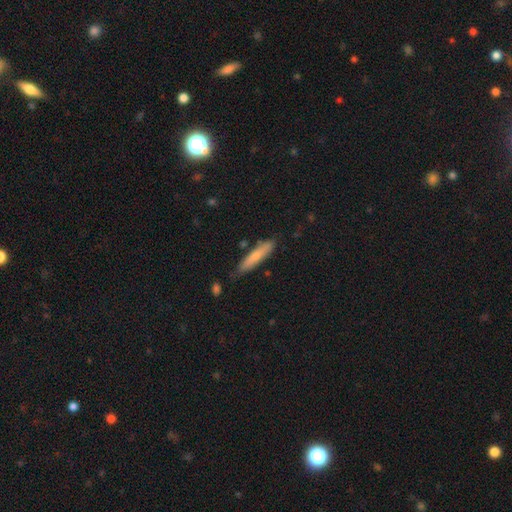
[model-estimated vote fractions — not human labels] A smooth galaxy with no disk features (74%) that is cigar-shaped (87%).

Vote fractions:
- Smooth or featured? smooth: 74% / featured or disk: 20% / star or artifact: 6%
- How rounded? cigar-shaped: 87% / in between: 12% / round: 1%
- Merging? none: 78% / minor disturbance: 16% / merger: 3% / major disturbance: 3%